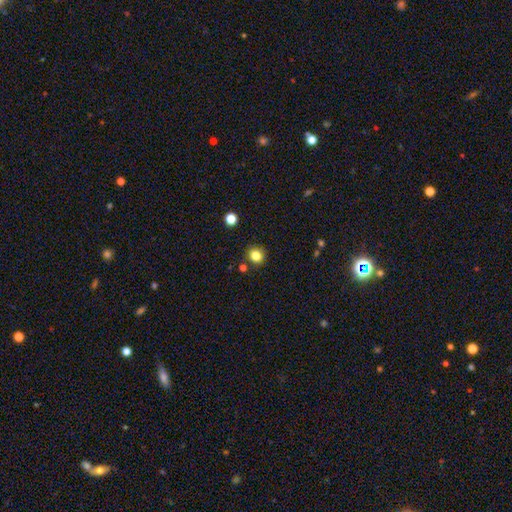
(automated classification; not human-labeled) Smooth or featured?
  - smooth: 83% *
  - star or artifact: 12%
  - featured or disk: 5%
How rounded?
  - round: 88% *
  - in between: 11%
  - cigar-shaped: 1%
Merging?
  - none: 88% *
  - minor disturbance: 7%
  - merger: 3%
  - major disturbance: 2%